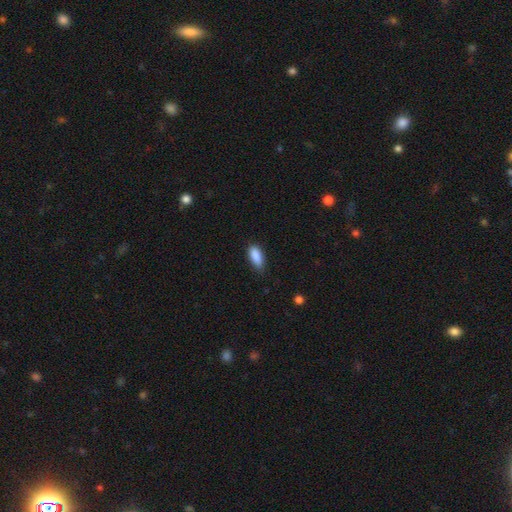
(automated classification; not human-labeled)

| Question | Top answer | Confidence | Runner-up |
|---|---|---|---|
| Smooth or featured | smooth | 89% | star or artifact (7%) |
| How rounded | in between | 84% | cigar-shaped (14%) |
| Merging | none | 74% | minor disturbance (21%) |